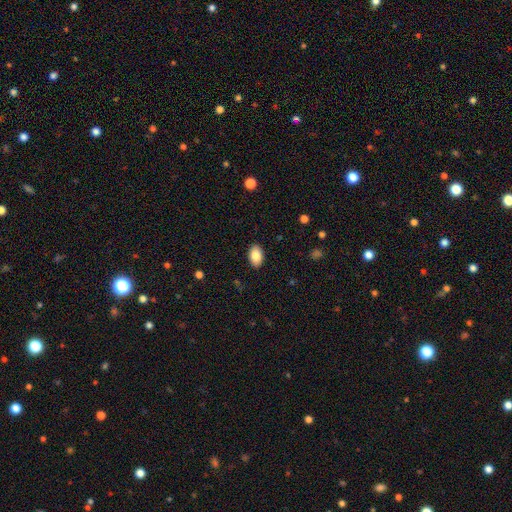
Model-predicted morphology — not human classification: Smooth or featured?
  - smooth: 86% *
  - star or artifact: 7%
  - featured or disk: 7%
How rounded?
  - in between: 92% *
  - round: 7%
  - cigar-shaped: 1%
Merging?
  - none: 89% *
  - minor disturbance: 8%
  - major disturbance: 2%
  - merger: 1%